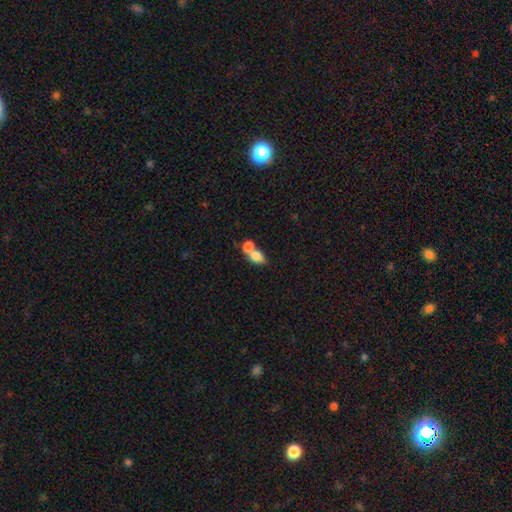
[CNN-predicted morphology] A smooth galaxy with no disk features (78%) that is in between round and cigar-shaped (75%).

Vote fractions:
- Smooth or featured? smooth: 78% / featured or disk: 13% / star or artifact: 8%
- How rounded? in between: 75% / round: 22% / cigar-shaped: 3%
- Merging? merger: 66% / none: 23% / minor disturbance: 7% / major disturbance: 4%